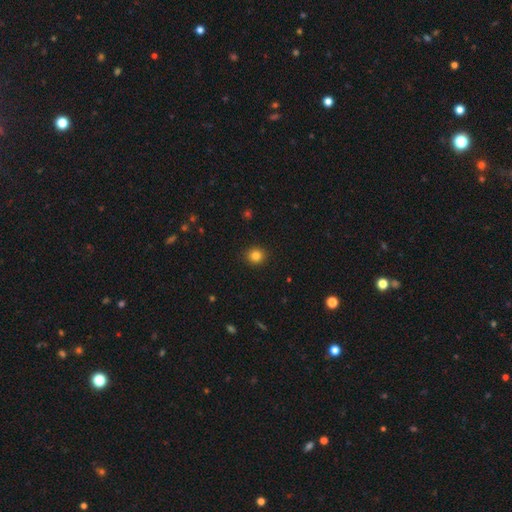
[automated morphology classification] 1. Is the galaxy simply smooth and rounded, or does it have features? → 84% smooth, 12% star or artifact, 5% featured or disk.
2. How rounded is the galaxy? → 87% round, 12% in between, 1% cigar-shaped.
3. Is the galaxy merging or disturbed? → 91% none, 6% minor disturbance, 2% major disturbance, 1% merger.